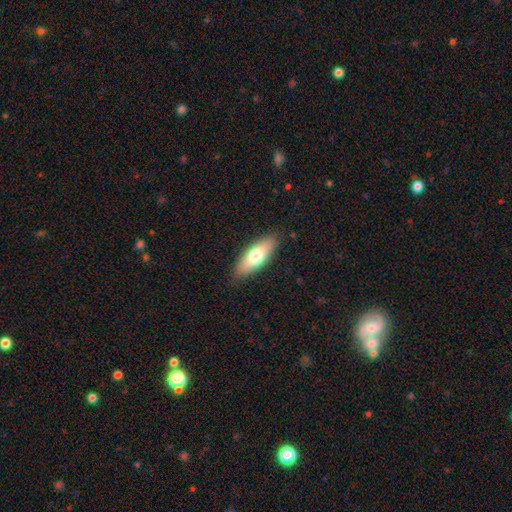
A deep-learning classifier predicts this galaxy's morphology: smooth 69%, featured or disk 25%, star or artifact 6%. Down the decision tree: how rounded — in between (65%); merging — none (87%).